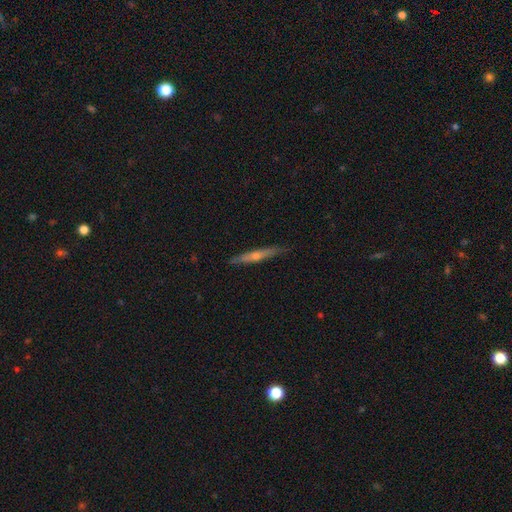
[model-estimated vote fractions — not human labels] This is likely a featured or disk galaxy (63%). It is clearly viewed edge-on (96%). Edge-on bulge: likely rounded (77%). Merging: clearly none (88%).